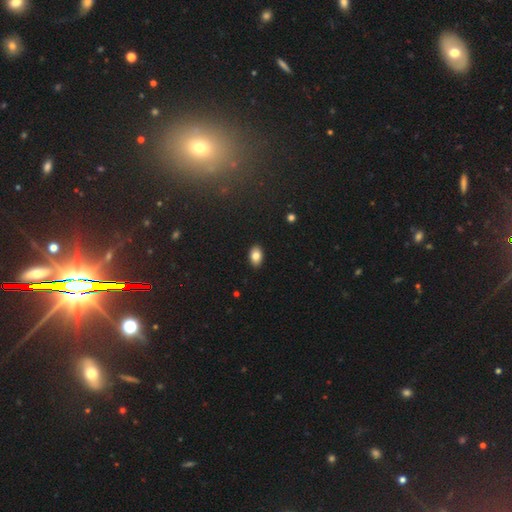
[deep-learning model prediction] This is clearly a smooth galaxy (83%). How rounded: clearly in between (89%). Merging: clearly none (90%).